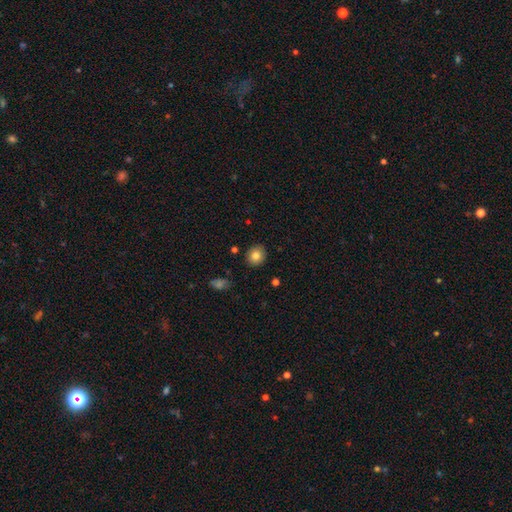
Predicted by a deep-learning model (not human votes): The model was most divided on "how rounded": round: 79%, in between: 20%, cigar-shaped: 1%. More confident: merging — none (89%); smooth or featured — smooth (82%).